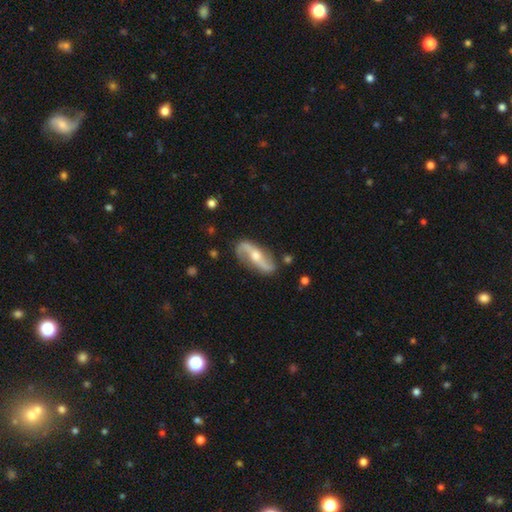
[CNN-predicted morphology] A featured or disk galaxy (86%) with no bar (41%), 2 (93%) loose (77%) spiral arms (95%) and a moderate central bulge (65%). Merging: none (81%).